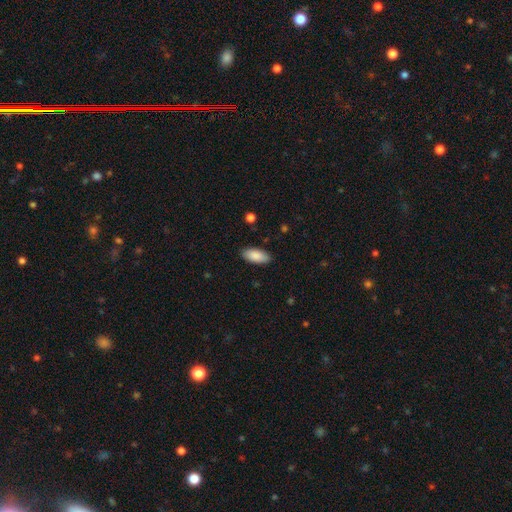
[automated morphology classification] This is clearly a smooth galaxy (88%). How rounded: clearly in between (90%). Merging: clearly none (88%).